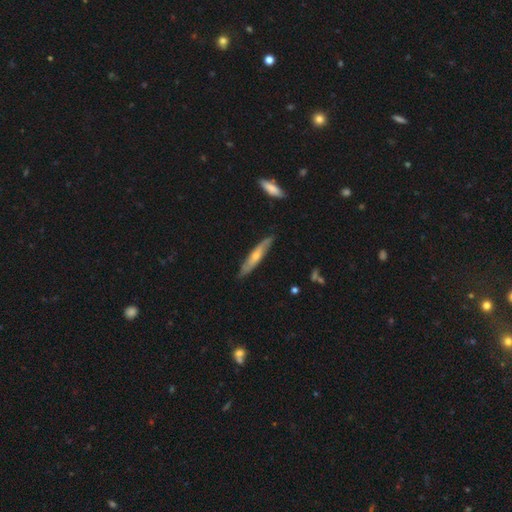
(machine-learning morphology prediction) smooth_or_featured: featured or disk (p=0.53) [alt: smooth p=0.40]
disk_edge_on: yes (p=0.74) [alt: no p=0.26]
merging: none (p=0.81) [alt: minor disturbance p=0.15]